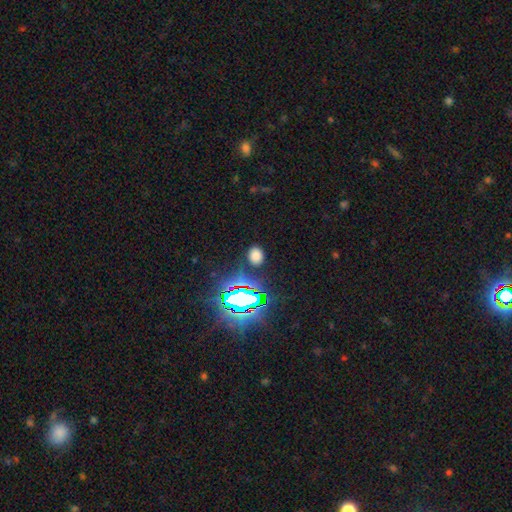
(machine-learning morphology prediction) This is likely a smooth galaxy (68%). How rounded: possibly in between (59%). Merging: clearly none (86%).